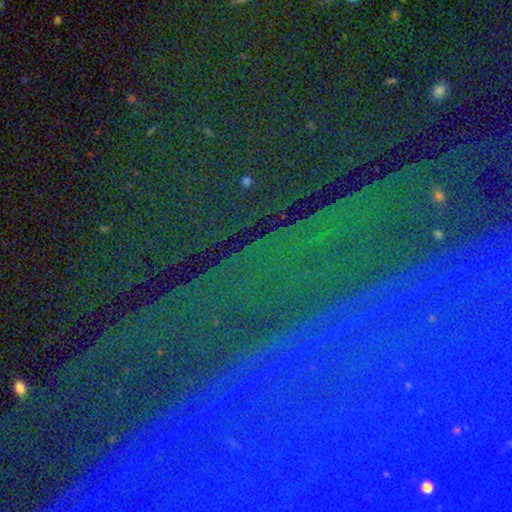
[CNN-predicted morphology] A star or artifact, not a galaxy (88%).

Vote fractions:
- Smooth or featured? star or artifact: 88% / featured or disk: 7% / smooth: 6%